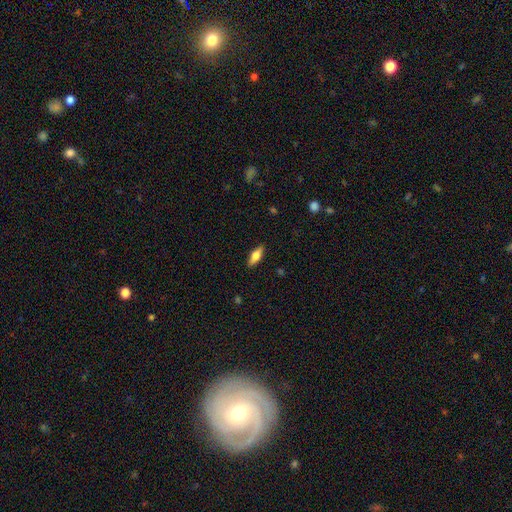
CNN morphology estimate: A smooth galaxy with no disk features (65%) that is in between round and cigar-shaped (66%).

Vote fractions:
- Smooth or featured? smooth: 65% / featured or disk: 29% / star or artifact: 7%
- How rounded? in between: 66% / cigar-shaped: 31% / round: 3%
- Merging? none: 88% / minor disturbance: 9% / major disturbance: 2% / merger: 1%